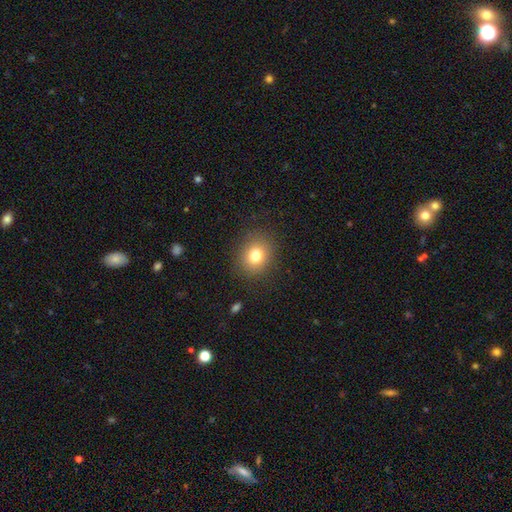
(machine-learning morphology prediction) smooth_or_featured: smooth (p=0.78) [alt: star or artifact p=0.12]
how_rounded: round (p=0.70) [alt: in between p=0.29]
merging: none (p=0.87) [alt: minor disturbance p=0.09]